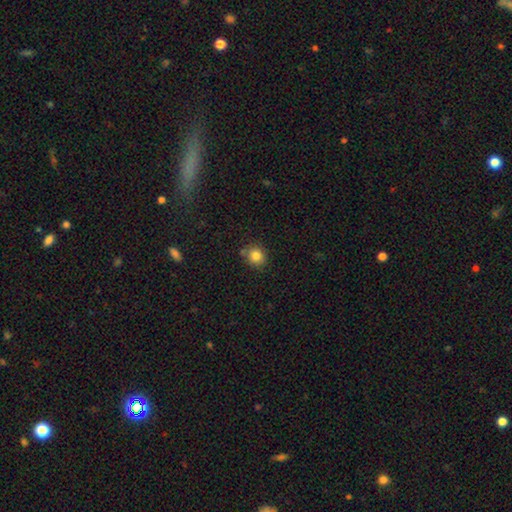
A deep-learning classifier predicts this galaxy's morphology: Q: Smooth or featured?
A: smooth (83%); runner-up: star or artifact (11%)
Q: How rounded?
A: round (83%); runner-up: in between (16%)
Q: Merging?
A: none (76%); runner-up: minor disturbance (14%)